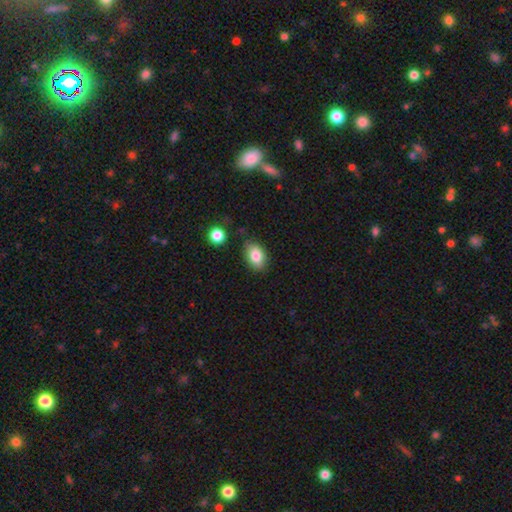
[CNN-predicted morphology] smooth 83%, featured or disk 9%, star or artifact 8%. Down the decision tree: how rounded — in between (83%); merging — none (80%).